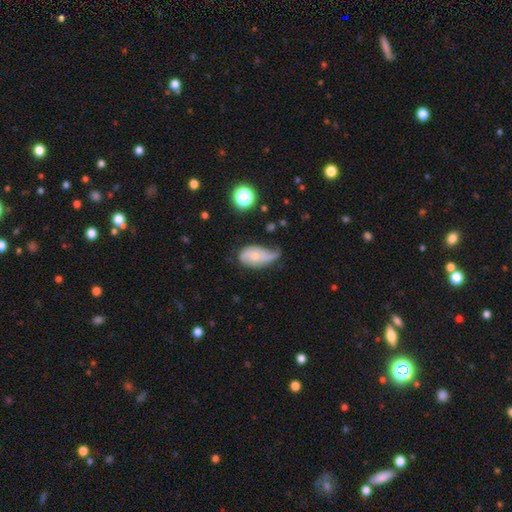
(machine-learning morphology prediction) The model was most divided on "merging": minor disturbance: 41%, none: 29%, major disturbance: 26%, merger: 4%. More confident: edge-on disk — no (94%); smooth or featured — featured or disk (52%).